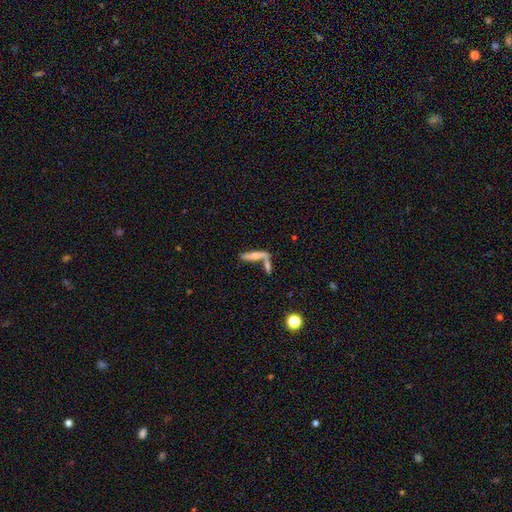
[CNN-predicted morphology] Overall: smooth (53%; featured or disk 38%). How rounded: cigar-shaped (78%). Merging: merger (42%; none 41%).